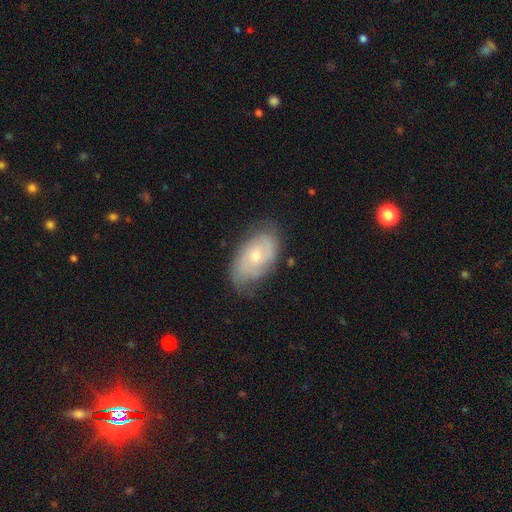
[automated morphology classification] A featured or disk galaxy (67%) with no bar (76%), 2 (46%) tight (54%) spiral arms (85%) and a small central bulge (56%). Merging: none (70%).